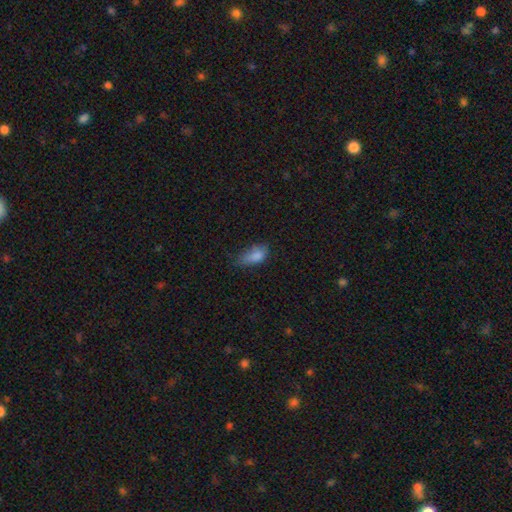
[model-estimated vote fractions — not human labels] Morphology: type=smooth (80%); roundness=in between (87%); merging=minor disturbance (40%).